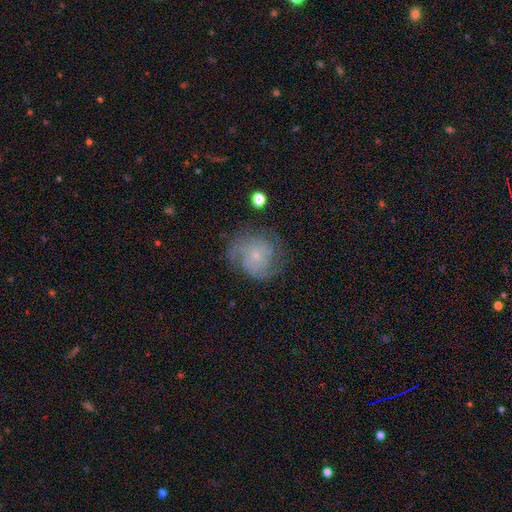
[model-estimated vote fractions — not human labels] smooth_or_featured: featured or disk (p=0.67) [alt: smooth p=0.24]
disk_edge_on: no (p=0.98) [alt: yes p=0.02]
bar: no (p=0.82) [alt: weak p=0.16]
has_spiral_arms: yes (p=0.87) [alt: no p=0.13]
spiral_winding: tight (p=0.47) [alt: medium p=0.37]
spiral_arm_count: can't tell (p=0.36) [alt: 2 p=0.27]
bulge_size: small (p=0.80) [alt: moderate p=0.13]
merging: none (p=0.63) [alt: minor disturbance p=0.21]